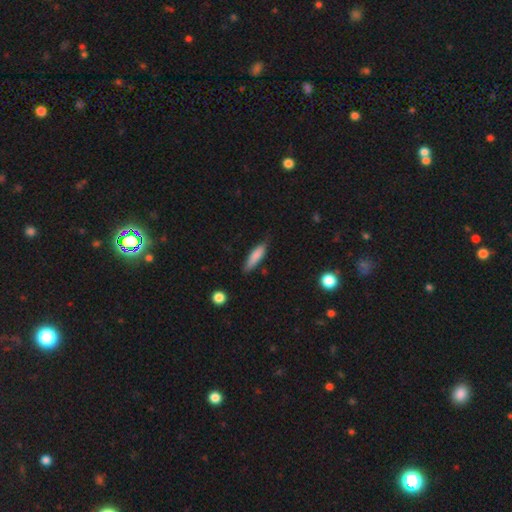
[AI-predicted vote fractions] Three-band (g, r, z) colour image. It shows a smooth galaxy with no disk features (81%) that is cigar-shaped (67%). Merging: none (74%).